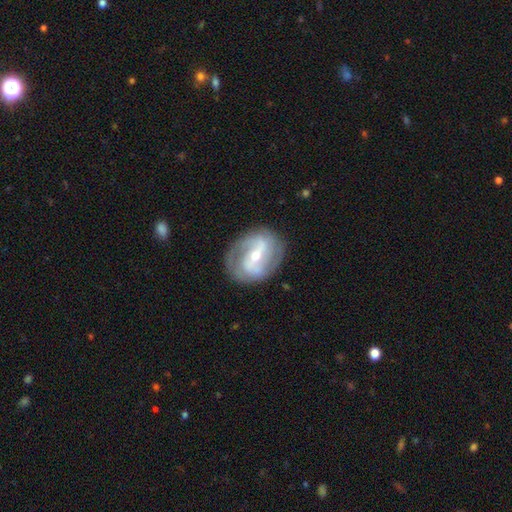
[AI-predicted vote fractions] Overall: featured or disk (81%). Edge-on disk: no (96%). Bar: strong (47%; weak 36%). Spiral arms: yes (85%). Spiral arm count: 2 (72%). Spiral winding: medium (42%; tight 37%). Bulge size: moderate (53%; small 43%). Merging: none (78%).